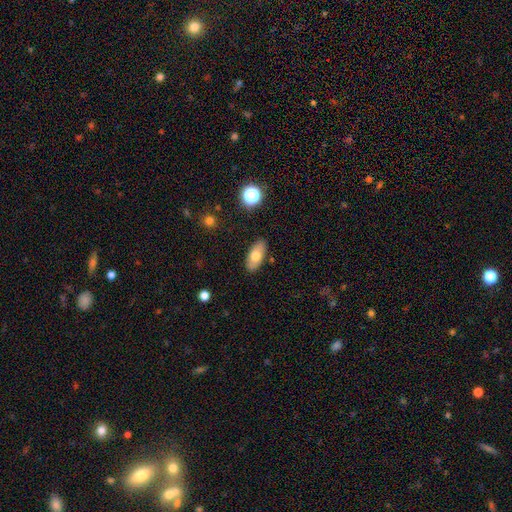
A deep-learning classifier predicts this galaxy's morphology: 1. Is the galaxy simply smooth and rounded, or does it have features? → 73% smooth, 20% featured or disk, 8% star or artifact.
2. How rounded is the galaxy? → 85% in between, 11% cigar-shaped, 4% round.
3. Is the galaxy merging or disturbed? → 86% none, 10% minor disturbance, 2% major disturbance, 2% merger.